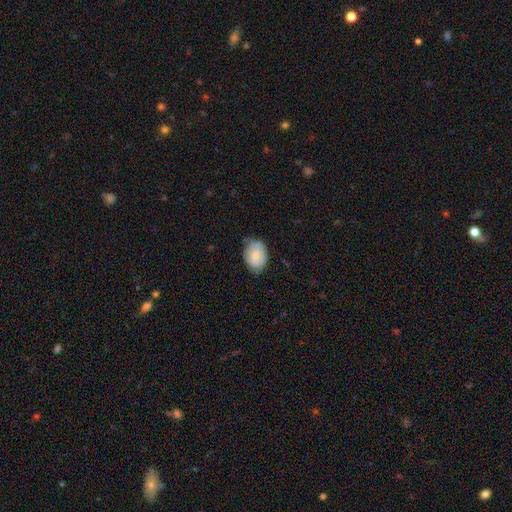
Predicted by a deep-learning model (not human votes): Morphology: type=smooth (70%); roundness=in between (76%); merging=none (65%).